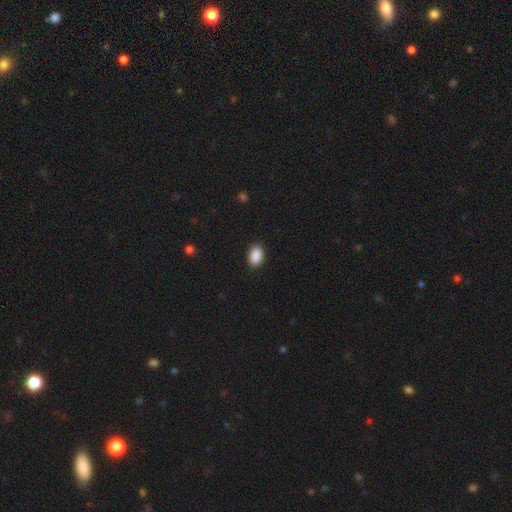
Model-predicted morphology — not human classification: smooth 91%, star or artifact 7%, featured or disk 2%. Down the decision tree: how rounded — in between (86%); merging — none (89%).